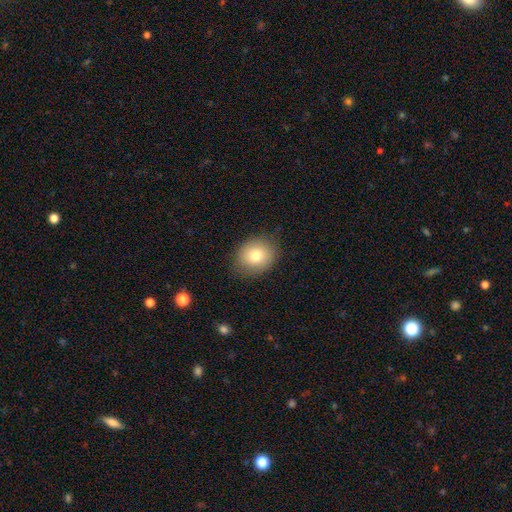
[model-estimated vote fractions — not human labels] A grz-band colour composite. It shows a smooth galaxy with no disk features (78%) that is round (57%). Merging: none (84%).